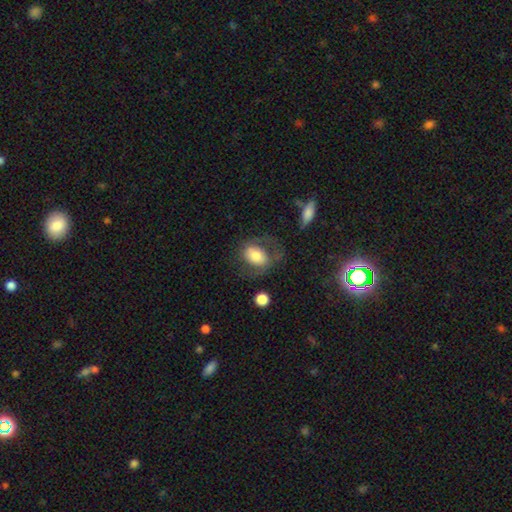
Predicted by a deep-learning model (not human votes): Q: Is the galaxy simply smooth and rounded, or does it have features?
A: smooth — 60%.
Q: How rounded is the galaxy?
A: in between — 71%.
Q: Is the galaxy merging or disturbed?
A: none — 47%.